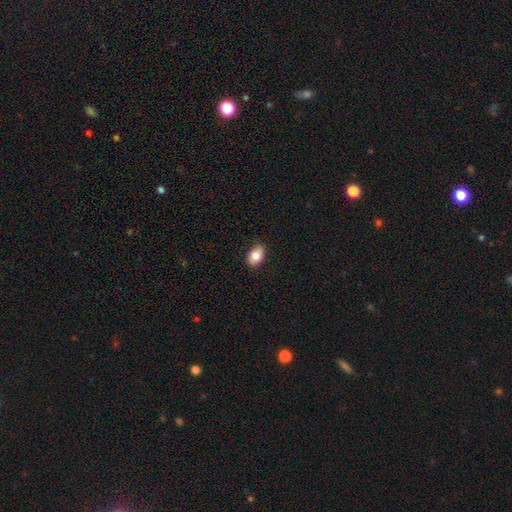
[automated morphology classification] Smooth or featured?
  - smooth: 82% *
  - featured or disk: 11%
  - star or artifact: 8%
How rounded?
  - in between: 85% *
  - round: 14%
  - cigar-shaped: 1%
Merging?
  - none: 87% *
  - minor disturbance: 10%
  - major disturbance: 2%
  - merger: 1%